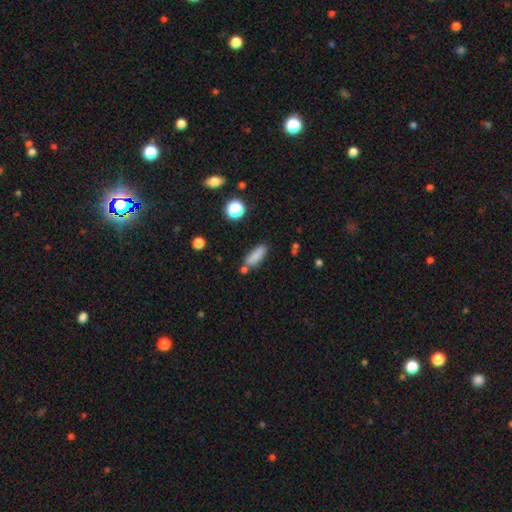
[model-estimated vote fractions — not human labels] Overall: smooth (83%). How rounded: in between (59%; cigar-shaped 38%). Merging: none (68%).